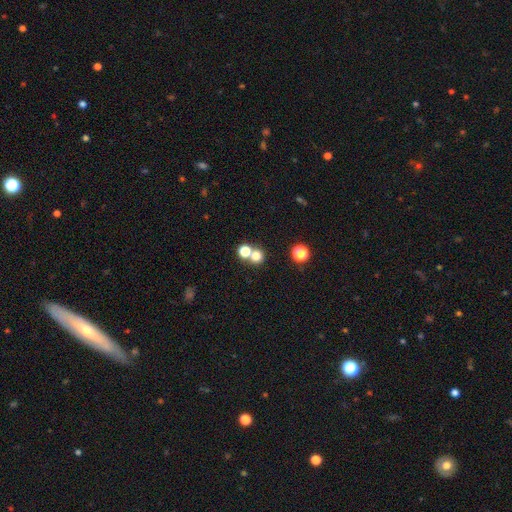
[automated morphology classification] A smooth galaxy with no disk features (74%) that is round (87%).

Vote fractions:
- Smooth or featured? smooth: 74% / star or artifact: 18% / featured or disk: 8%
- How rounded? round: 87% / in between: 12% / cigar-shaped: 1%
- Merging? none: 56% / merger: 34% / minor disturbance: 6% / major disturbance: 3%